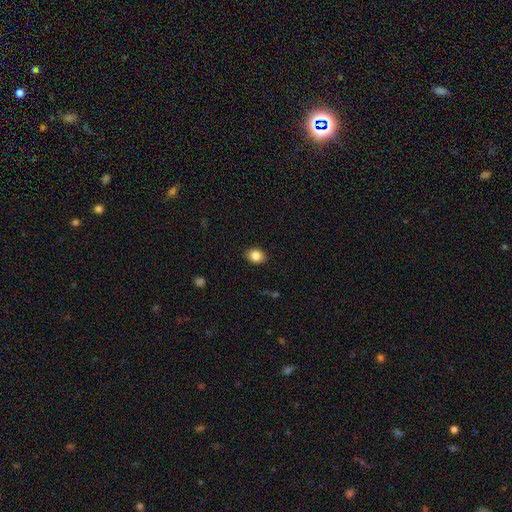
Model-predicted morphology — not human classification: Smooth or featured? Predicted: smooth (p=0.84). How rounded? Predicted: round (p=0.52). Merging? Predicted: none (p=0.89).